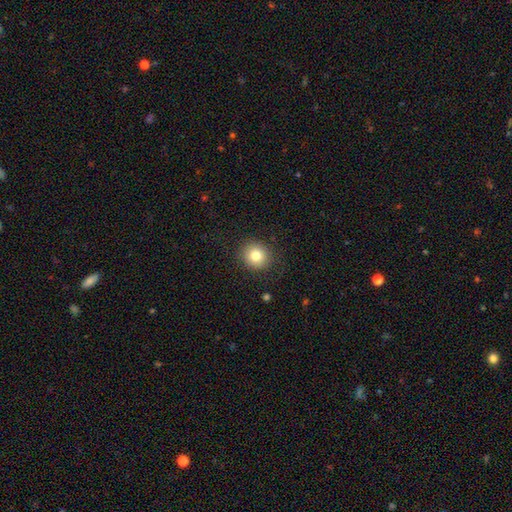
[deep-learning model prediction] This appears to be a smooth galaxy with no disk features (81%) that is round (87%). Merging: none (88%).